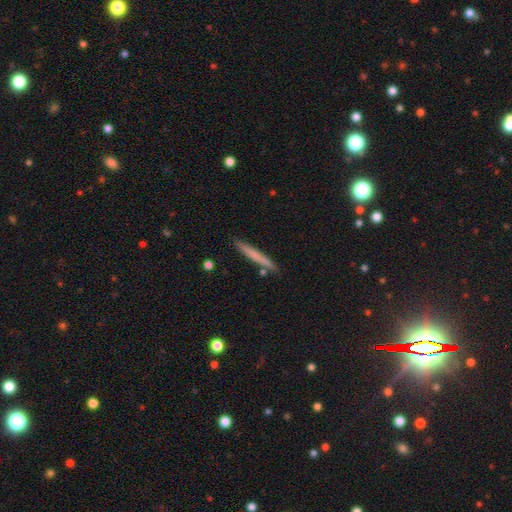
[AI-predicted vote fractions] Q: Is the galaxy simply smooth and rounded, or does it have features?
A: smooth — 63%.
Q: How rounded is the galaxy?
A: cigar-shaped — 96%.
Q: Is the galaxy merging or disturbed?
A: none — 87%.